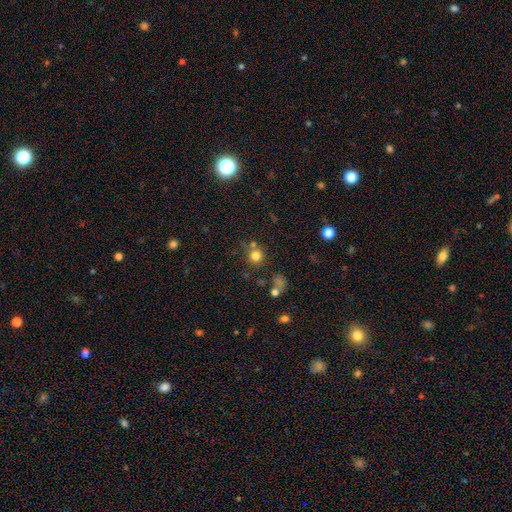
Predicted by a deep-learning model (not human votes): A smooth galaxy with no disk features (77%) that is round (91%). Merging: none (68%).